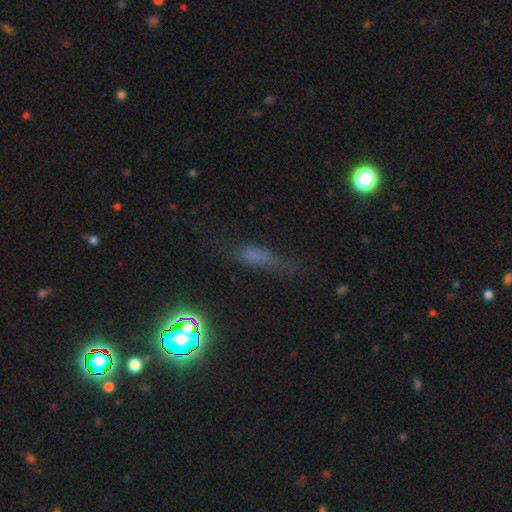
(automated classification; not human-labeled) Morphology: type=smooth (55%); roundness=cigar-shaped (56%); merging=none (51%).